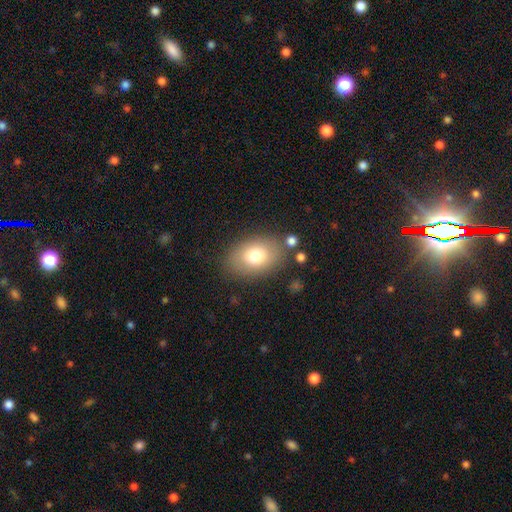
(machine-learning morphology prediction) smooth-or-featured: smooth: 76% | featured or disk: 15% | star or artifact: 9%
  how-rounded: in between: 79% | round: 20% | cigar-shaped: 1%
  merging: none: 79% | minor disturbance: 13% | major disturbance: 4% | merger: 4%